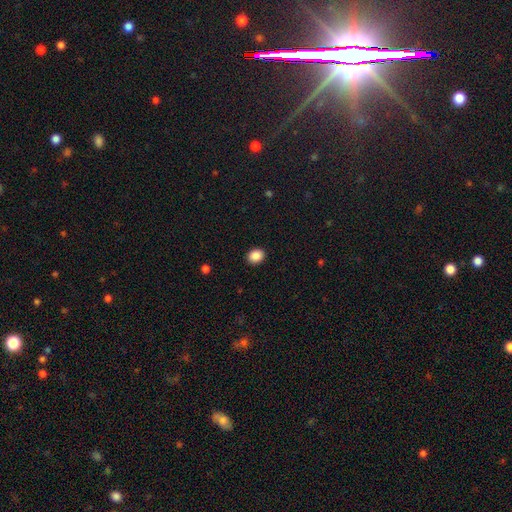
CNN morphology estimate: The model was most divided on "how rounded": round: 54%, in between: 45%, cigar-shaped: 1%. More confident: merging — none (91%); smooth or featured — smooth (88%).